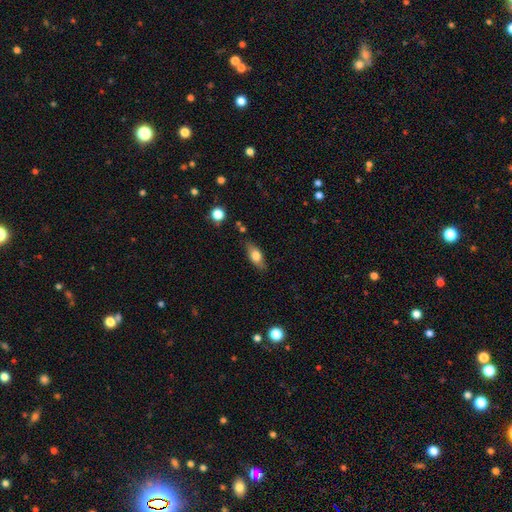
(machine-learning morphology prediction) This is likely a smooth galaxy (68%). How rounded: likely in between (75%). Merging: likely none (79%).